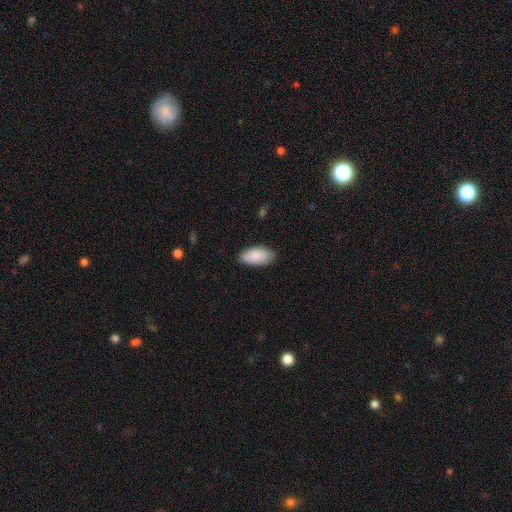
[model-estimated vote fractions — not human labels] Q: Smooth or featured?
A: smooth (88%); runner-up: featured or disk (6%)
Q: How rounded?
A: in between (94%); runner-up: cigar-shaped (4%)
Q: Merging?
A: none (84%); runner-up: minor disturbance (13%)